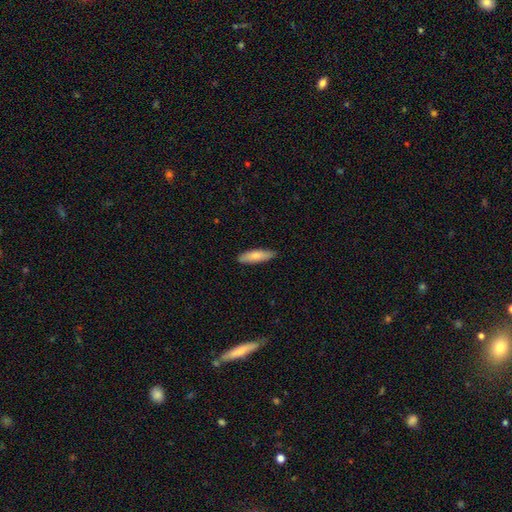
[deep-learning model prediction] A smooth galaxy with no disk features (79%) that is cigar-shaped (55%). Merging: none (84%).